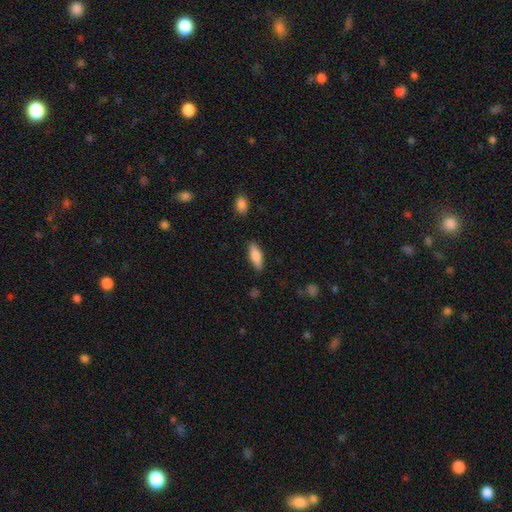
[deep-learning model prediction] Q: Smooth or featured?
A: smooth (78%); runner-up: featured or disk (16%)
Q: How rounded?
A: in between (59%); runner-up: cigar-shaped (39%)
Q: Merging?
A: none (84%); runner-up: minor disturbance (12%)